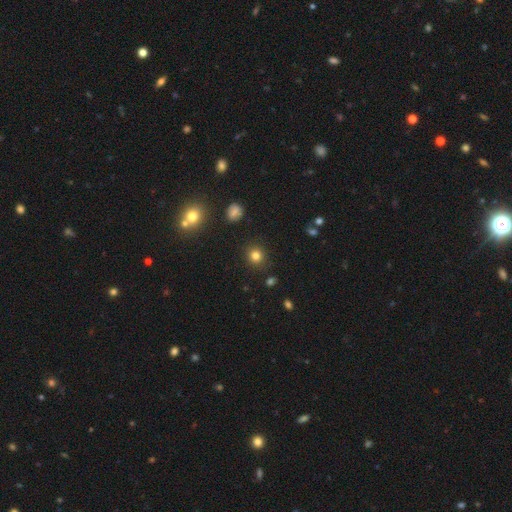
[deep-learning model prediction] smooth-or-featured: smooth: 80% | star or artifact: 14% | featured or disk: 6%
  how-rounded: round: 89% | in between: 10% | cigar-shaped: 1%
  merging: none: 90% | minor disturbance: 6% | major disturbance: 2% | merger: 2%